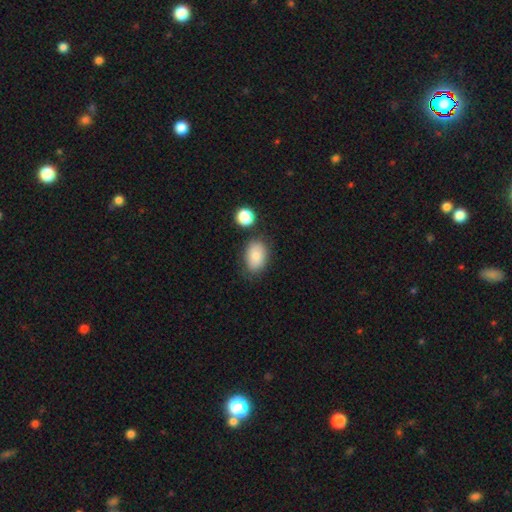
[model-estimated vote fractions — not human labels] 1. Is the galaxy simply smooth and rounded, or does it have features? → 84% smooth, 8% featured or disk, 8% star or artifact.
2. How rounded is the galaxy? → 86% in between, 13% round, 1% cigar-shaped.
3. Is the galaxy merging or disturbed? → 74% none, 16% minor disturbance, 6% merger, 4% major disturbance.